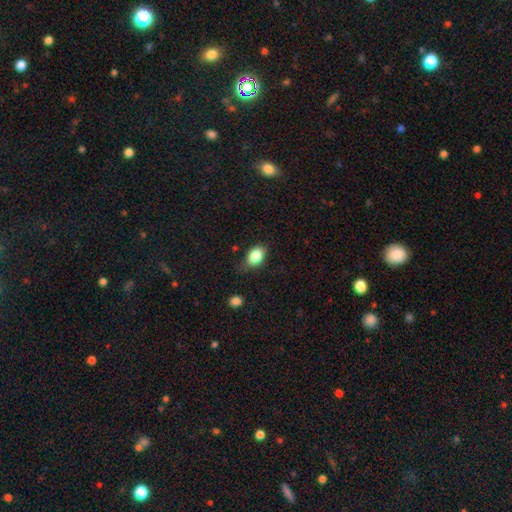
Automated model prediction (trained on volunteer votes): smooth 85%, star or artifact 8%, featured or disk 7%. Down the decision tree: how rounded — in between (82%); merging — none (69%).